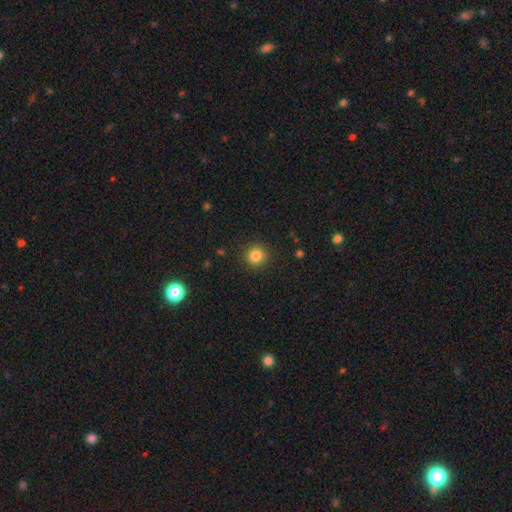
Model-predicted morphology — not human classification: smooth-or-featured: smooth: 84% | star or artifact: 12% | featured or disk: 5%
  how-rounded: round: 91% | in between: 8% | cigar-shaped: 1%
  merging: none: 91% | minor disturbance: 6% | major disturbance: 2% | merger: 1%